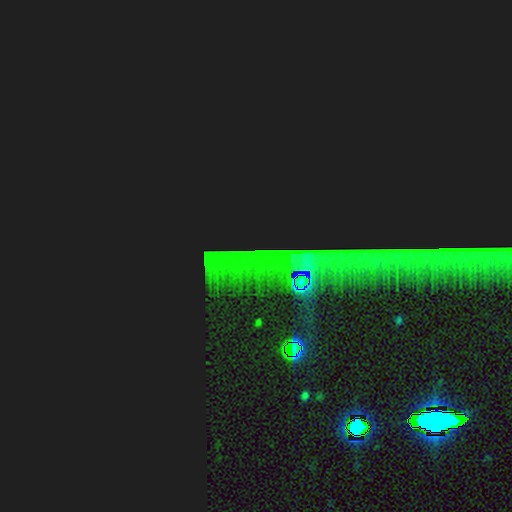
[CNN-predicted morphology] Smooth or featured?
  - star or artifact: 84% *
  - smooth: 9%
  - featured or disk: 8%